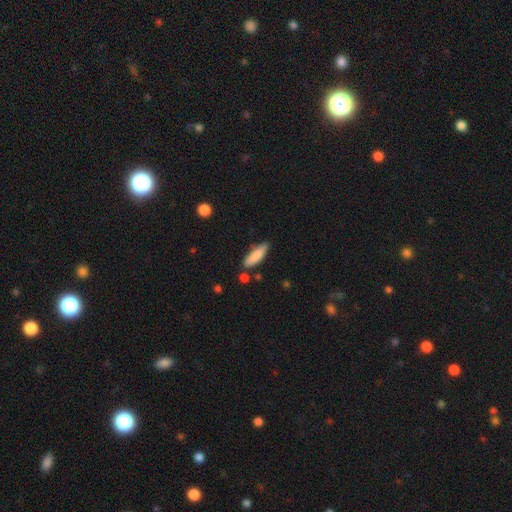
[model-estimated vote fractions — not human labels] Smooth or featured? Predicted: smooth (p=0.83). How rounded? Predicted: cigar-shaped (p=0.56). Merging? Predicted: none (p=0.76).